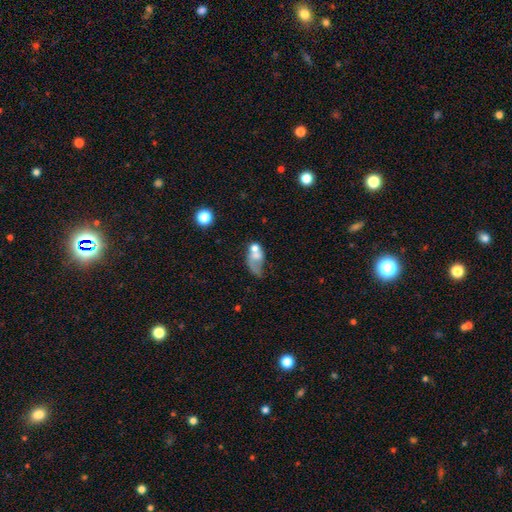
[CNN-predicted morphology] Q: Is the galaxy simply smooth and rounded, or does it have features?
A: smooth — 53%.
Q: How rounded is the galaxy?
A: in between — 79%.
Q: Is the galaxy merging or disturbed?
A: merger — 34%.